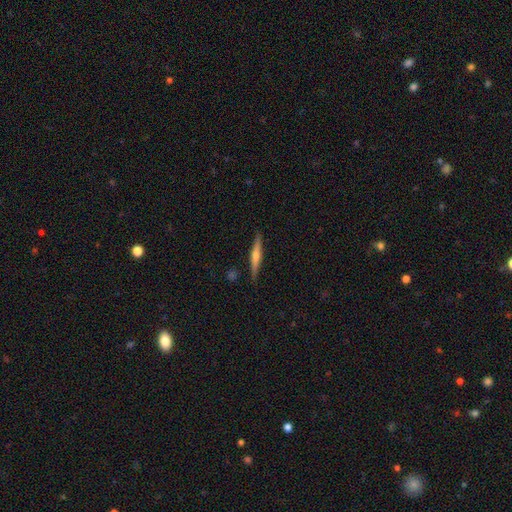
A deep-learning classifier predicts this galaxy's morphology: Smooth or featured?
  - featured or disk: 69% *
  - smooth: 25%
  - star or artifact: 6%
Edge-on disk?
  - yes: 98% *
  - no: 2%
Edge-on bulge?
  - rounded: 78% *
  - none: 11%
  - boxy: 11%
Merging?
  - none: 90% *
  - minor disturbance: 7%
  - major disturbance: 1%
  - merger: 1%